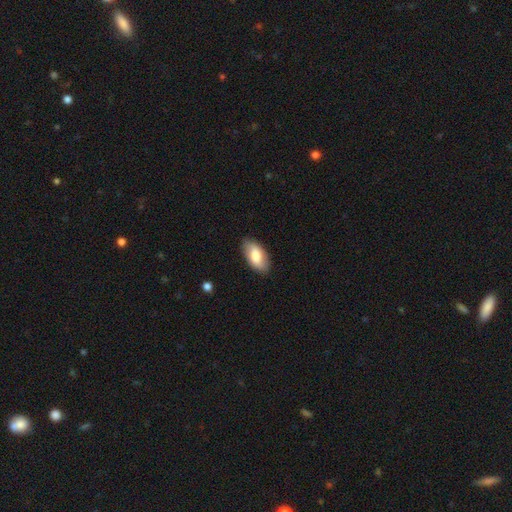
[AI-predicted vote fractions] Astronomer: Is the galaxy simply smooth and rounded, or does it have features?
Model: smooth — 76%.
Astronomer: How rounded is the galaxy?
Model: in between — 94%.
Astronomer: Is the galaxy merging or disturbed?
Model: none — 86%.